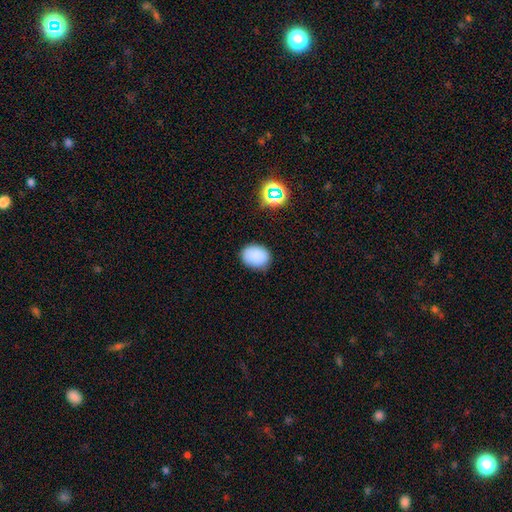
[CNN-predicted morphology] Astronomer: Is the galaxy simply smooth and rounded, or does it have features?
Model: smooth — 84%.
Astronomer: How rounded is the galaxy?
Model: in between — 52% (runner-up: round, 47%).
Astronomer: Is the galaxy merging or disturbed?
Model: none — 83%.